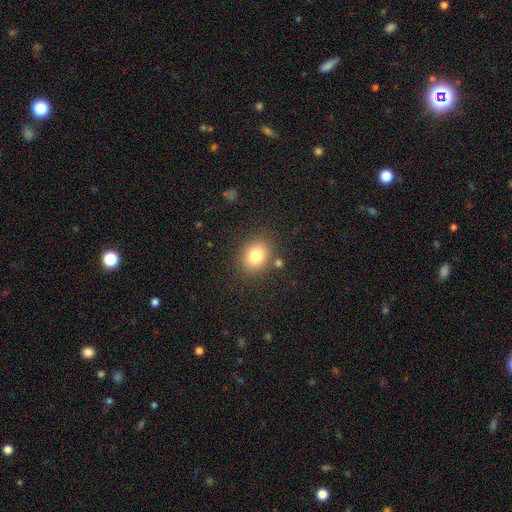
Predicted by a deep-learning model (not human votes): A smooth galaxy with no disk features (79%) that is round (60%). Merging: none (82%).